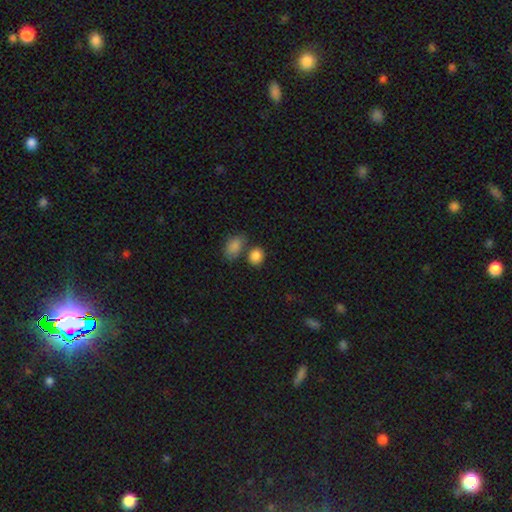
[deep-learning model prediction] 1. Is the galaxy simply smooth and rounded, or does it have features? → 86% smooth, 9% star or artifact, 5% featured or disk.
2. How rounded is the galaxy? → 51% round, 48% in between, 1% cigar-shaped.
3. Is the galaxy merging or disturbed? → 61% none, 23% merger, 13% minor disturbance, 4% major disturbance.